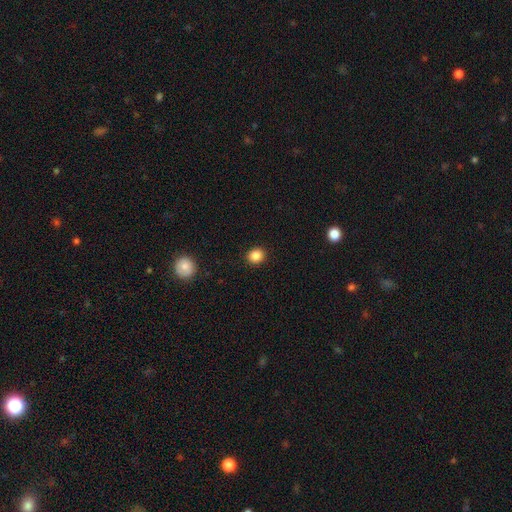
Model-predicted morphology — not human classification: The model was most divided on "how rounded": round: 73%, in between: 26%, cigar-shaped: 1%. More confident: merging — none (91%); smooth or featured — smooth (87%).